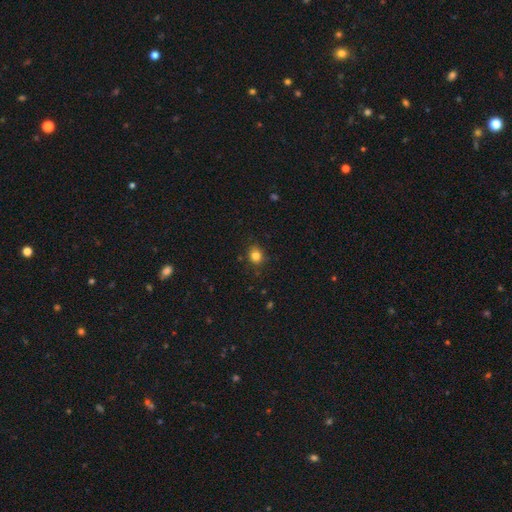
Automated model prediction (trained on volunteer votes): Overall: smooth (83%). How rounded: round (75%). Merging: none (86%).